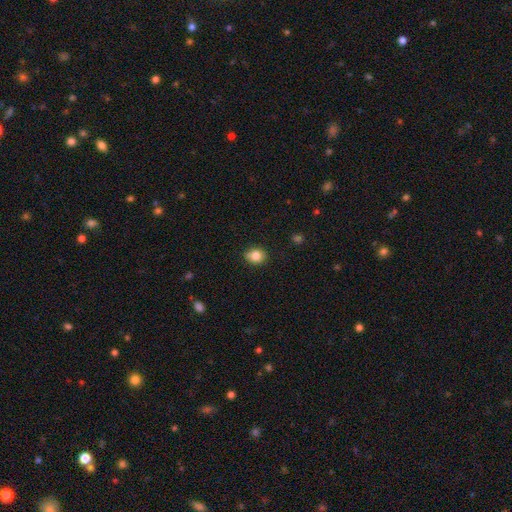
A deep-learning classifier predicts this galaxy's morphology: type=smooth (83%); roundness=round (69%); merging=none (80%).